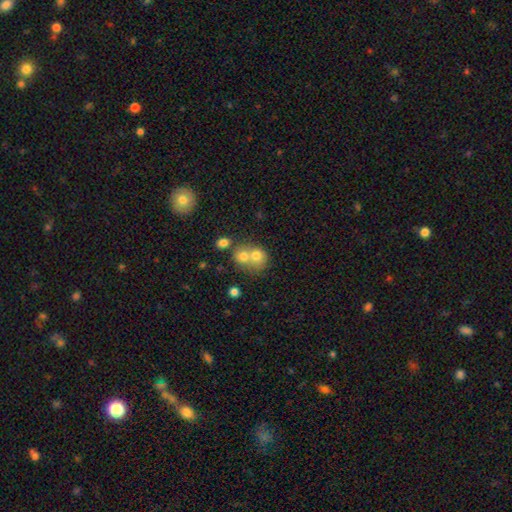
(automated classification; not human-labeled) This appears to be a smooth galaxy with no disk features (68%) that is round (75%). Merging: merger (60%).